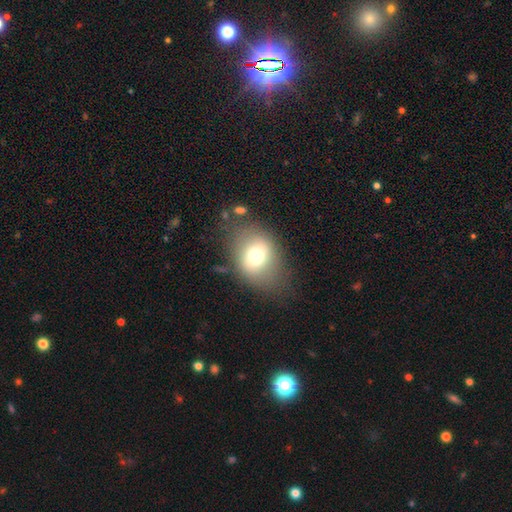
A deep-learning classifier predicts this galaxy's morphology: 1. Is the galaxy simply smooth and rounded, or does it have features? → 69% smooth, 21% featured or disk, 10% star or artifact.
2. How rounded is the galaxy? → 62% in between, 37% round, 1% cigar-shaped.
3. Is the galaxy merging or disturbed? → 64% none, 20% minor disturbance, 12% major disturbance, 4% merger.